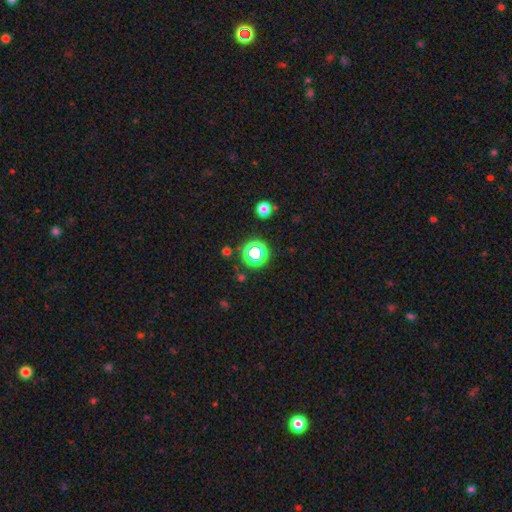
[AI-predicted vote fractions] Smooth or featured? Predicted: star or artifact (p=0.62).